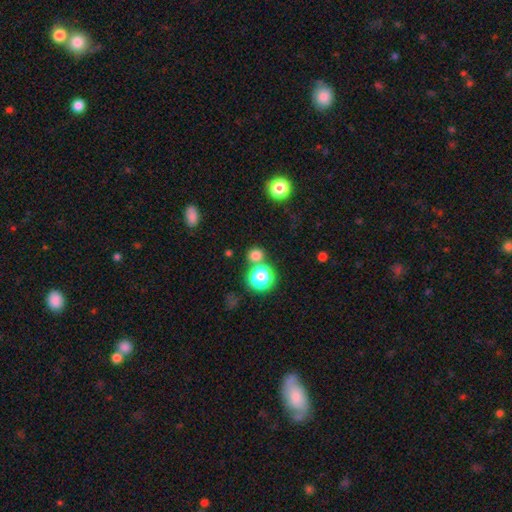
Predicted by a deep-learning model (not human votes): A smooth galaxy with no disk features (73%) that is round (85%). Merging: none (72%).